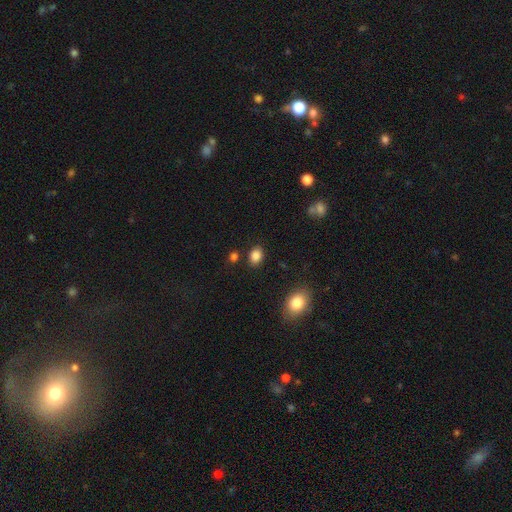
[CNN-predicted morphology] type=smooth (85%); roundness=in between (65%); merging=none (83%).